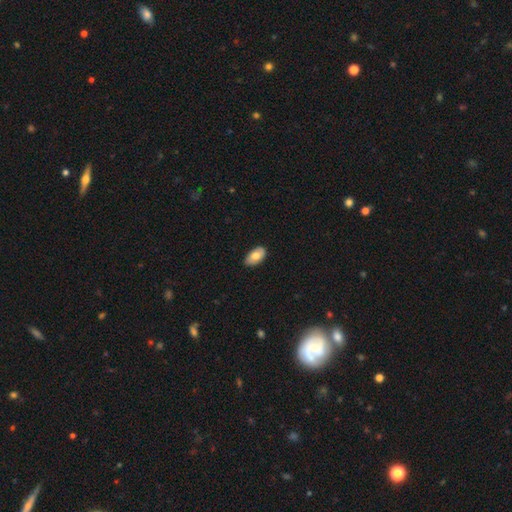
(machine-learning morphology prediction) Q: Smooth or featured?
A: smooth (75%); runner-up: featured or disk (19%)
Q: How rounded?
A: in between (95%); runner-up: round (4%)
Q: Merging?
A: none (84%); runner-up: minor disturbance (13%)